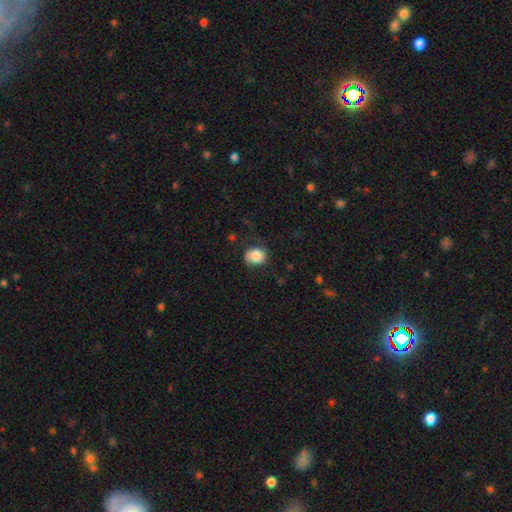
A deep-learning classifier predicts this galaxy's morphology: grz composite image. It shows a smooth galaxy with no disk features (80%) that is round (65%). Merging: none (66%).